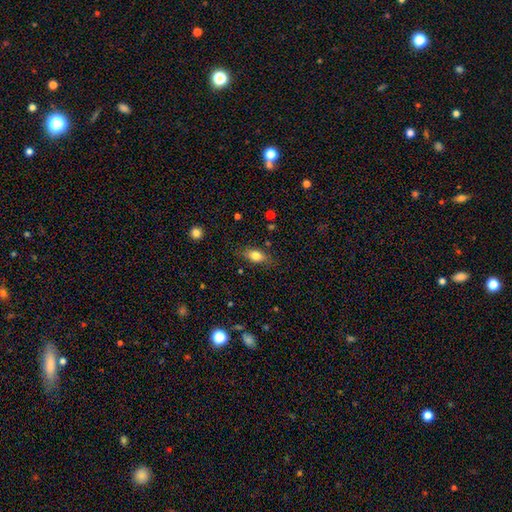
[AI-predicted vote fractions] Q: Smooth or featured?
A: smooth (78%); runner-up: featured or disk (14%)
Q: How rounded?
A: in between (81%); runner-up: round (10%)
Q: Merging?
A: none (78%); runner-up: minor disturbance (16%)